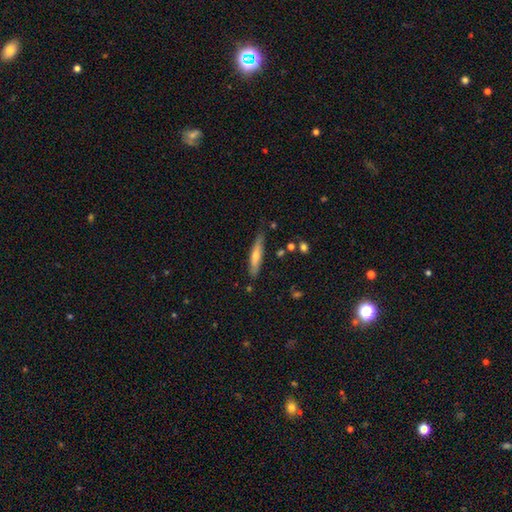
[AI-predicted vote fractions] This appears to be a featured or disk galaxy (47%). Merging: none (84%).